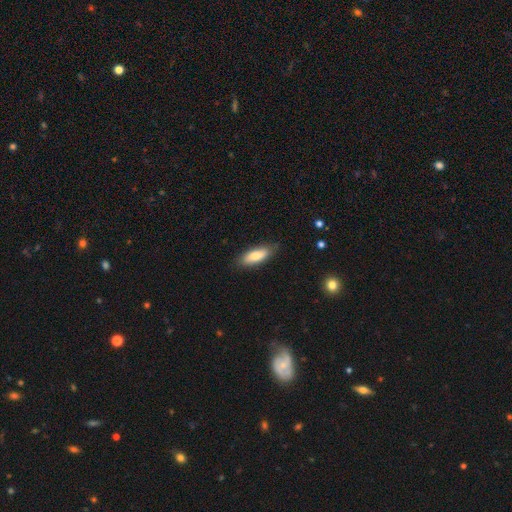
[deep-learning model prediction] smooth_or_featured: smooth (p=0.78) [alt: featured or disk p=0.16]
how_rounded: in between (p=0.69) [alt: cigar-shaped p=0.29]
merging: none (p=0.82) [alt: minor disturbance p=0.14]